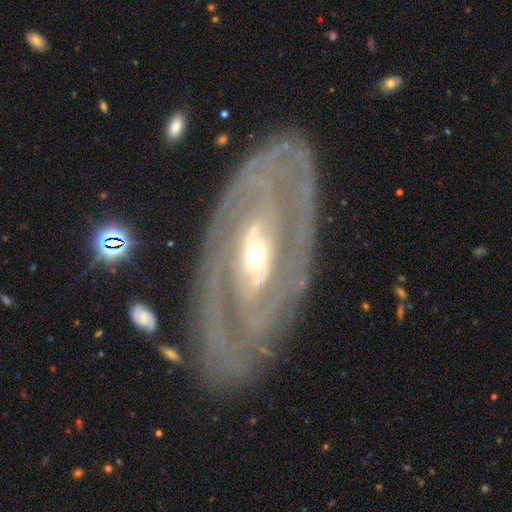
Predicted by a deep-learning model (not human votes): A featured or disk galaxy (89%) with no bar (34%), 2 (50%) tight (61%) spiral arms (89%) and a small central bulge (52%).

Vote fractions:
- Smooth or featured? featured or disk: 89% / smooth: 6% / star or artifact: 5%
- Edge-on disk? no: 92% / yes: 8%
- Bar? no: 34% / weak: 33% / strong: 33%
- Spiral arms? yes: 89% / no: 11%
- Spiral winding? tight: 61% / medium: 29% / loose: 10%
- Spiral arm count? 2: 50% / can't tell: 23% / 3: 10% / 1: 6% / 4: 6% / more than 4: 5%
- Bulge size? small: 52% / moderate: 43% / large: 3% / none: 1% / dominant: 1%
- Merging? none: 72% / minor disturbance: 16% / major disturbance: 9% / merger: 3%